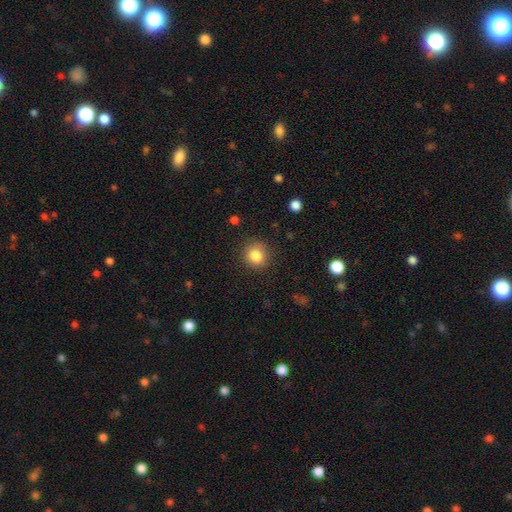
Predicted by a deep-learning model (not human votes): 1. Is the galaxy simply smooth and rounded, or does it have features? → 84% smooth, 11% star or artifact, 6% featured or disk.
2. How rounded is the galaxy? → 87% round, 12% in between, 1% cigar-shaped.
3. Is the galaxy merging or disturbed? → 86% none, 10% minor disturbance, 3% major disturbance, 1% merger.